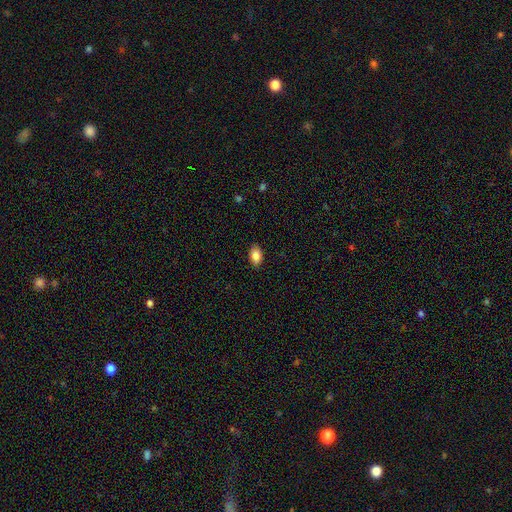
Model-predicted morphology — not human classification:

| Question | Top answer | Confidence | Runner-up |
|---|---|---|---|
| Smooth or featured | smooth | 86% | star or artifact (8%) |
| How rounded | in between | 89% | round (9%) |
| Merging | none | 88% | minor disturbance (9%) |